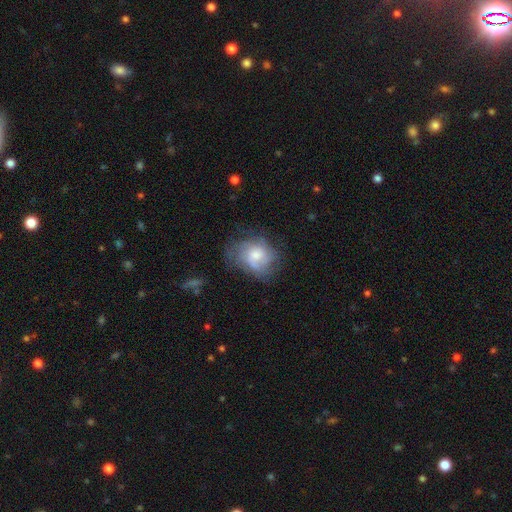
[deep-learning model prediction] This is possibly a featured or disk galaxy (49%). Merging: possibly none (51%).